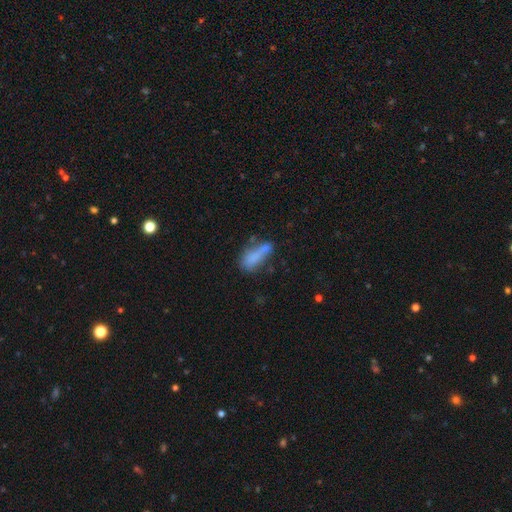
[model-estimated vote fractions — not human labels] Overall: smooth (71%). How rounded: in between (52%; cigar-shaped 45%). Merging: none (39%; minor disturbance 24%).